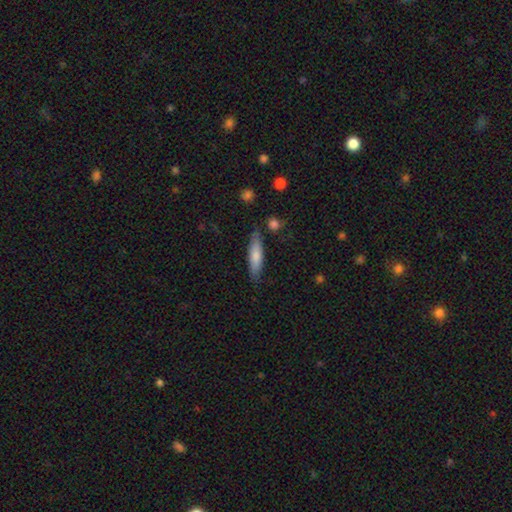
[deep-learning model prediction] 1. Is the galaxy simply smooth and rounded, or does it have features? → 75% smooth, 19% featured or disk, 6% star or artifact.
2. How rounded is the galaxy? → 67% cigar-shaped, 31% in between, 2% round.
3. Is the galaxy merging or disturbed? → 79% none, 15% minor disturbance, 3% merger, 3% major disturbance.